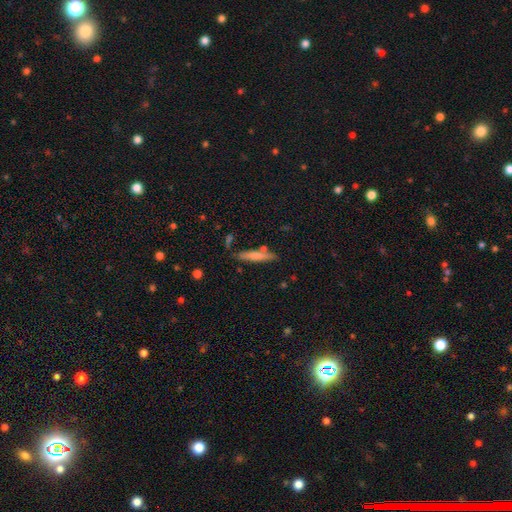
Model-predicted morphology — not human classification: A smooth galaxy with no disk features (67%) that is cigar-shaped (89%). Merging: none (77%).